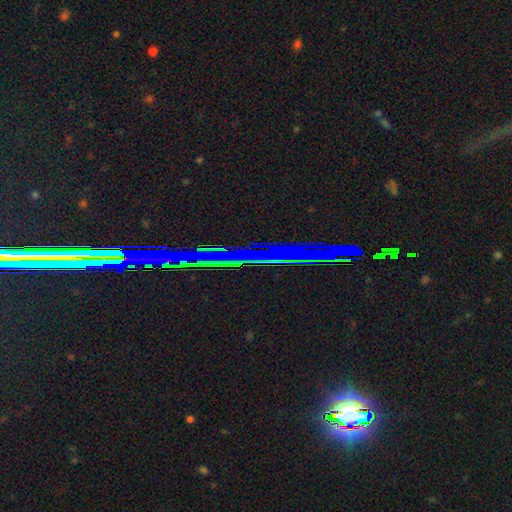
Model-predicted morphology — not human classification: Q: Smooth or featured?
A: star or artifact (77%); runner-up: featured or disk (13%)